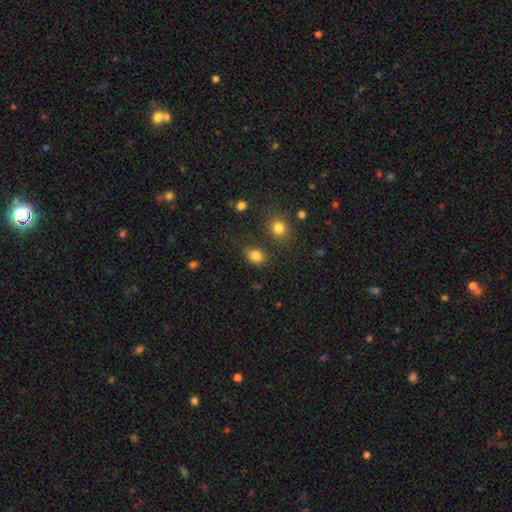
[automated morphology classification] Smooth or featured?
  - smooth: 83% *
  - star or artifact: 12%
  - featured or disk: 5%
How rounded?
  - in between: 52% *
  - round: 47%
  - cigar-shaped: 1%
Merging?
  - none: 74% *
  - minor disturbance: 14%
  - merger: 7%
  - major disturbance: 5%